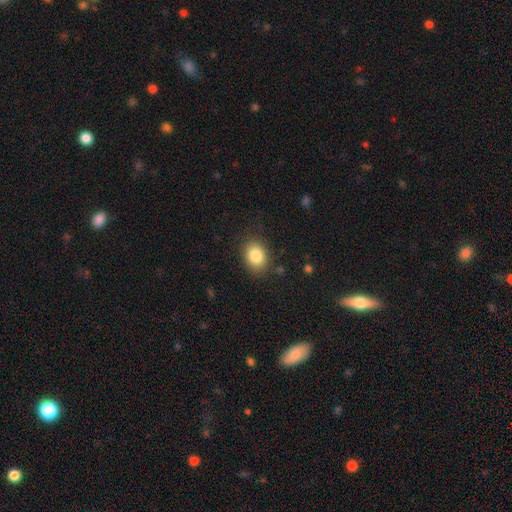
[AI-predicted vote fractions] smooth-or-featured: smooth: 84% | star or artifact: 9% | featured or disk: 7%
  how-rounded: in between: 56% | round: 43% | cigar-shaped: 1%
  merging: none: 84% | minor disturbance: 11% | major disturbance: 4% | merger: 1%